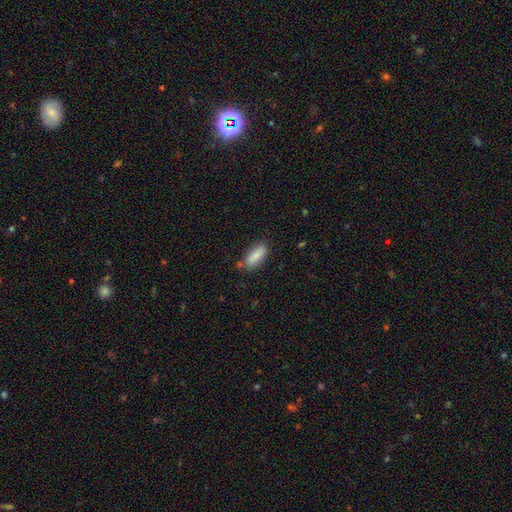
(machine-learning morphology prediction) smooth_or_featured: smooth (p=0.87) [alt: star or artifact p=0.07]
how_rounded: in between (p=0.75) [alt: cigar-shaped p=0.23]
merging: none (p=0.78) [alt: minor disturbance p=0.15]